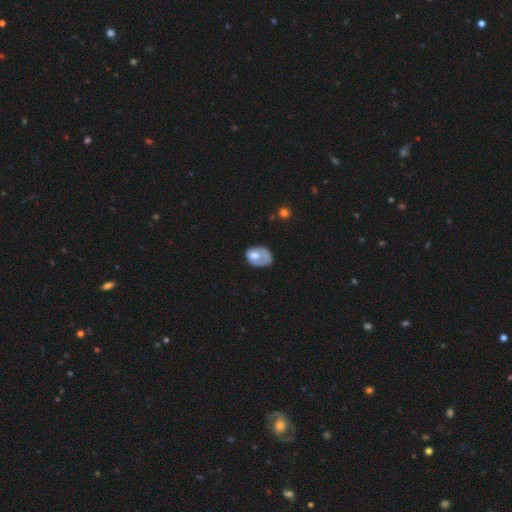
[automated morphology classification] Q: Smooth or featured?
A: smooth (63%); runner-up: featured or disk (30%)
Q: How rounded?
A: in between (70%); runner-up: round (29%)
Q: Merging?
A: none (33%); runner-up: major disturbance (32%)